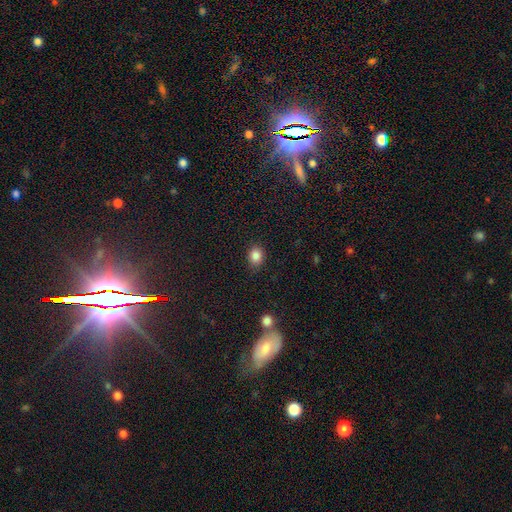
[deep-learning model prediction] Morphology: type=smooth (85%); roundness=round (59%); merging=none (83%).